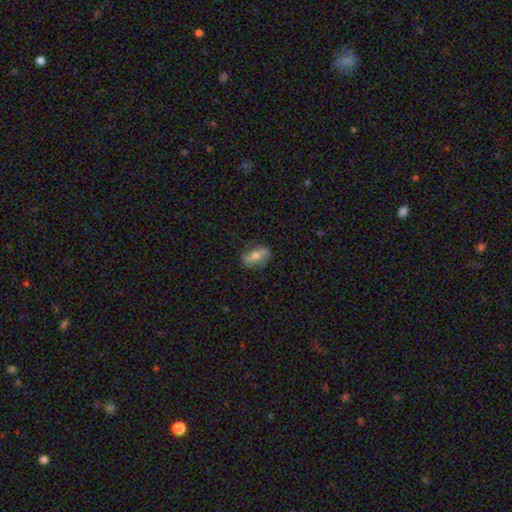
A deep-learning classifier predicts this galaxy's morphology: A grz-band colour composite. It shows a smooth galaxy with no disk features (51%) that is in between round and cigar-shaped (80%). Merging: none (76%).